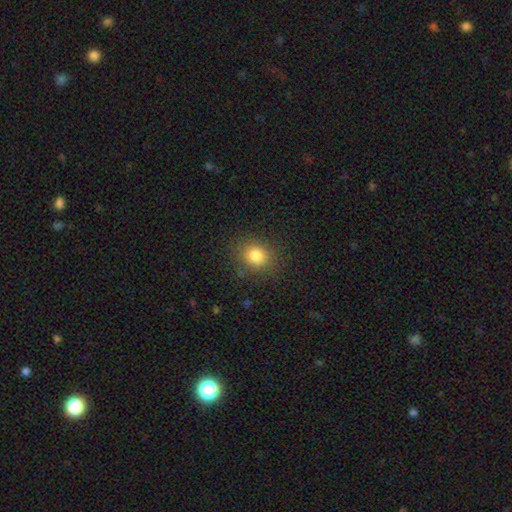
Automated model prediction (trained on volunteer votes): This is clearly a smooth galaxy (82%). How rounded: likely round (68%). Merging: clearly none (85%).